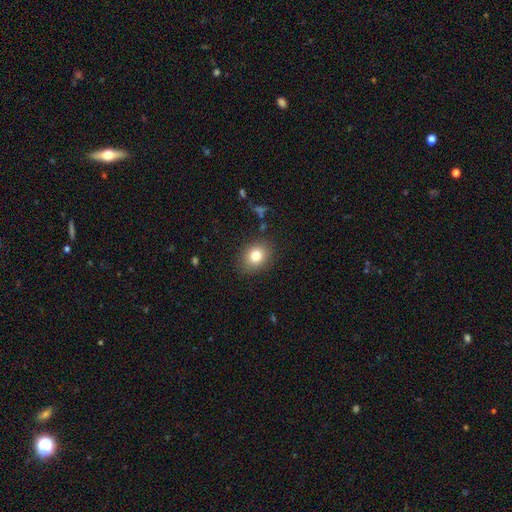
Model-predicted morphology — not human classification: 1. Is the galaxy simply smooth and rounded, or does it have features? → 80% smooth, 11% star or artifact, 9% featured or disk.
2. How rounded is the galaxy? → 51% round, 48% in between, 1% cigar-shaped.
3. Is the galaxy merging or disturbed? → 86% none, 10% minor disturbance, 3% major disturbance, 1% merger.